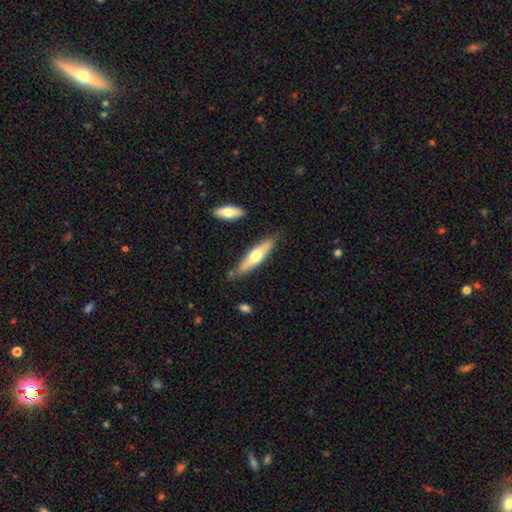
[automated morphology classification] type=smooth (51%); roundness=cigar-shaped (72%); merging=none (77%).